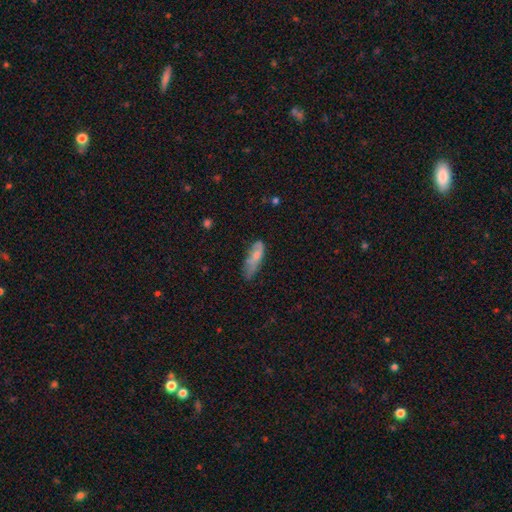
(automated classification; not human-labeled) The model was most divided on "merging": none: 40%, minor disturbance: 36%, major disturbance: 19%, merger: 4%. More confident: smooth or featured — smooth (67%); how rounded — in between (54%).